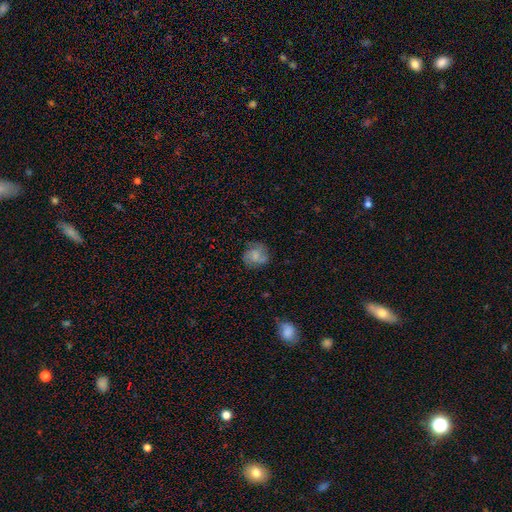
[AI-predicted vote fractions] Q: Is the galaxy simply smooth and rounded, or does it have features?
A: smooth — 52%.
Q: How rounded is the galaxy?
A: round — 79%.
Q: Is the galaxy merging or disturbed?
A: none — 73%.